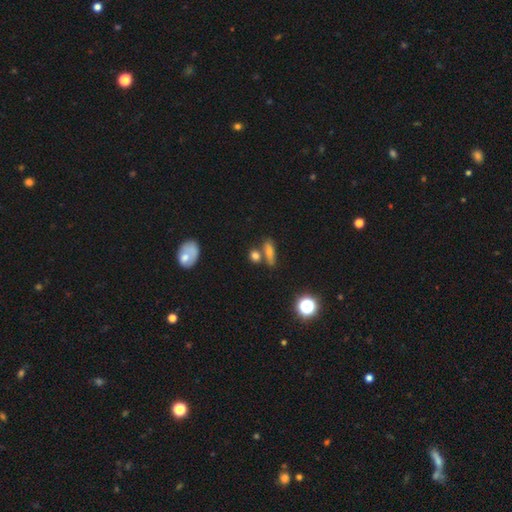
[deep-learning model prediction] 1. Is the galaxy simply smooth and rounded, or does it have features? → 72% smooth, 14% featured or disk, 14% star or artifact.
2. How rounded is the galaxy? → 41% in between, 40% round, 19% cigar-shaped.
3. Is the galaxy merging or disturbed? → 59% none, 25% merger, 11% minor disturbance, 4% major disturbance.